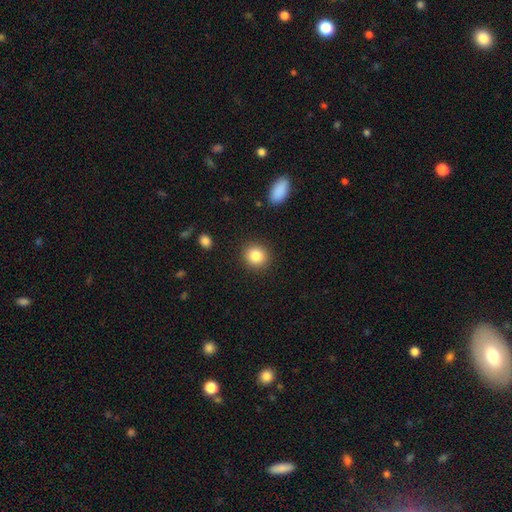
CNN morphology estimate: Q: Smooth or featured?
A: smooth (85%); runner-up: star or artifact (9%)
Q: How rounded?
A: round (88%); runner-up: in between (11%)
Q: Merging?
A: none (90%); runner-up: minor disturbance (6%)